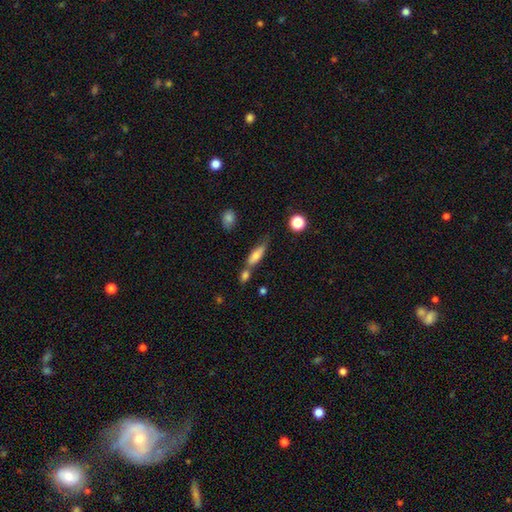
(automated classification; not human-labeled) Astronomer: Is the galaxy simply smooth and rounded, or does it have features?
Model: smooth — 65%.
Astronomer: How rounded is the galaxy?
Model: cigar-shaped — 50% (runner-up: in between, 47%).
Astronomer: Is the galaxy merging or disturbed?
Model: none — 45% (runner-up: merger, 33%).